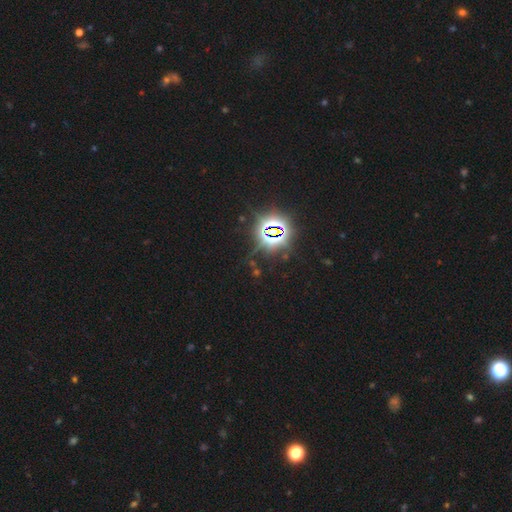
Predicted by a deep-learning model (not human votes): Smooth or featured: star or artifact — 82% (smooth — 11%)